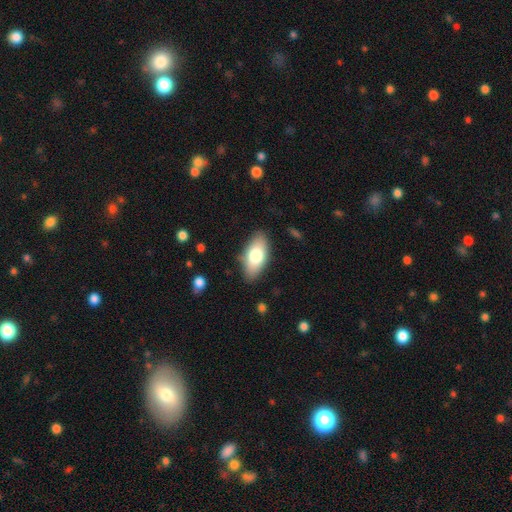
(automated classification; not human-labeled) Smooth or featured?
  - smooth: 75% *
  - featured or disk: 19%
  - star or artifact: 6%
How rounded?
  - in between: 89% *
  - cigar-shaped: 8%
  - round: 3%
Merging?
  - none: 84% *
  - minor disturbance: 12%
  - major disturbance: 3%
  - merger: 1%